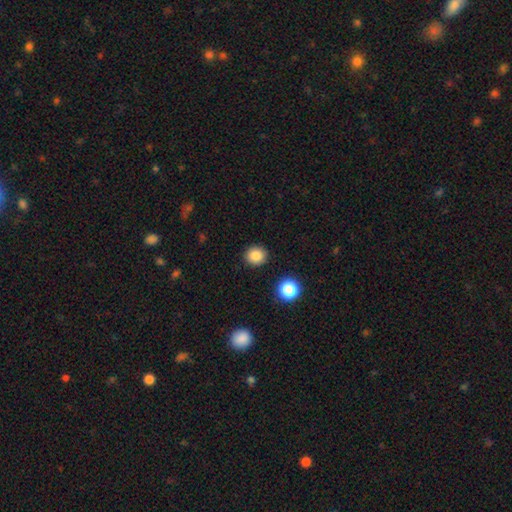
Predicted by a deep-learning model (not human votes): Smooth or featured? Predicted: smooth (p=0.85). How rounded? Predicted: round (p=0.87). Merging? Predicted: none (p=0.90).